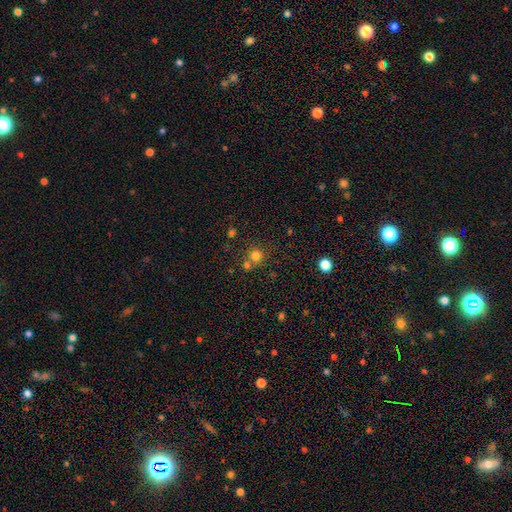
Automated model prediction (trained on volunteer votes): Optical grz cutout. It shows a smooth galaxy with no disk features (77%) that is round (90%). Merging: none (62%).